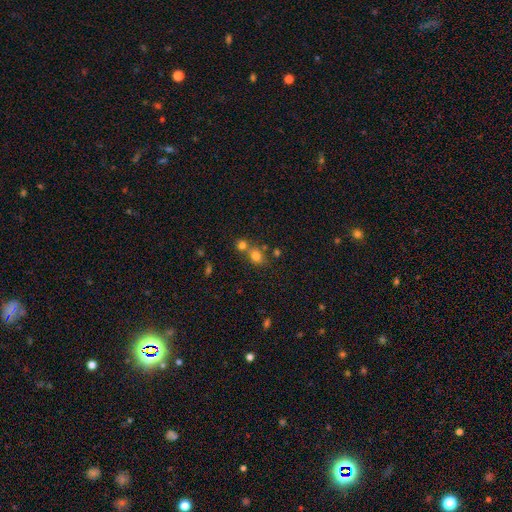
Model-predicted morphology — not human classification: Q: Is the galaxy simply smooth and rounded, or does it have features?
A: smooth — 76%.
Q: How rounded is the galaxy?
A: round — 67%.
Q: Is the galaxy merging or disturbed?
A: none — 48%.